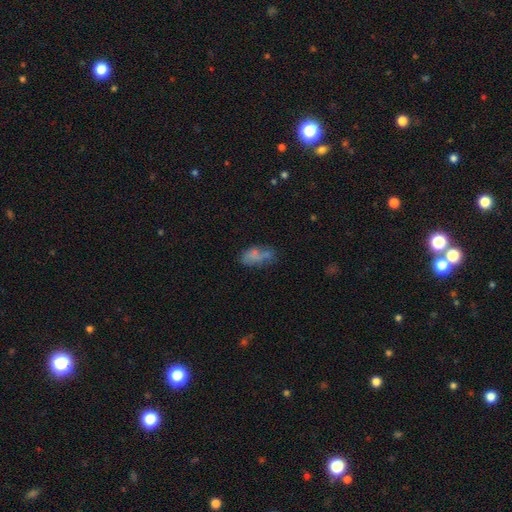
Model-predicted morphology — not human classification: A smooth galaxy with no disk features (65%) that is in between round and cigar-shaped (86%). Merging: none (41%).